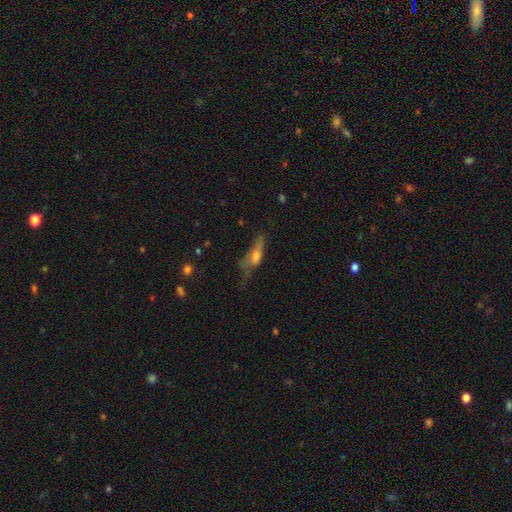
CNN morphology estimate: This is possibly a smooth galaxy (50%). Merging: marginally major disturbance (36%).